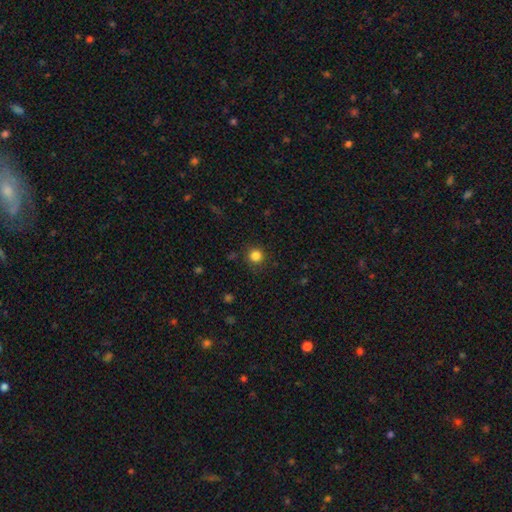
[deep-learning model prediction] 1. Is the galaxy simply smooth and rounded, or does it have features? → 83% smooth, 13% star or artifact, 4% featured or disk.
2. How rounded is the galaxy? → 94% round, 5% in between, 1% cigar-shaped.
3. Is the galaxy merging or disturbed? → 88% none, 8% minor disturbance, 3% major disturbance, 1% merger.